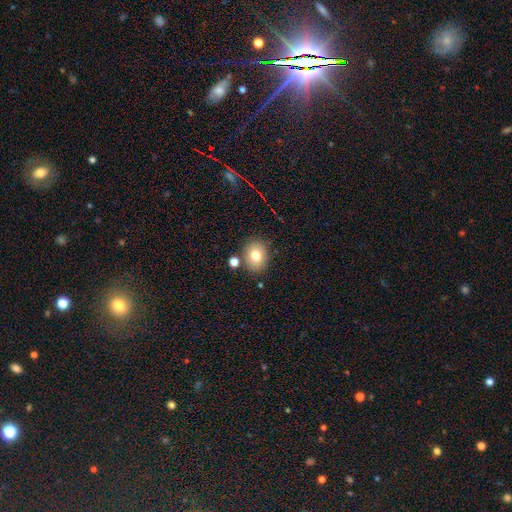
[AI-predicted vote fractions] smooth-or-featured: smooth: 77% | featured or disk: 12% | star or artifact: 11%
  how-rounded: round: 55% | in between: 45% | cigar-shaped: 1%
  merging: none: 80% | minor disturbance: 10% | merger: 7% | major disturbance: 3%